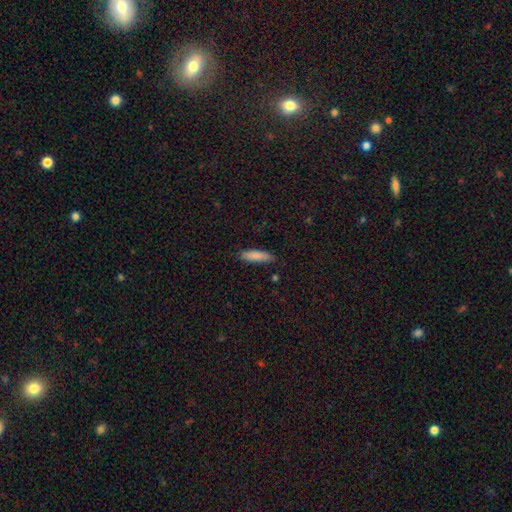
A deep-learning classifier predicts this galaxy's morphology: smooth-or-featured: smooth: 85% | featured or disk: 9% | star or artifact: 6%
  how-rounded: cigar-shaped: 68% | in between: 31% | round: 1%
  merging: none: 84% | minor disturbance: 12% | major disturbance: 2% | merger: 1%